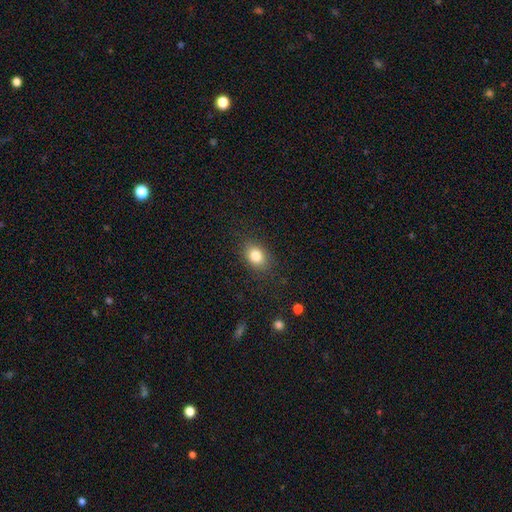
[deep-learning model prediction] smooth_or_featured: smooth (p=0.82) [alt: star or artifact p=0.10]
how_rounded: in between (p=0.71) [alt: round p=0.28]
merging: none (p=0.84) [alt: minor disturbance p=0.11]